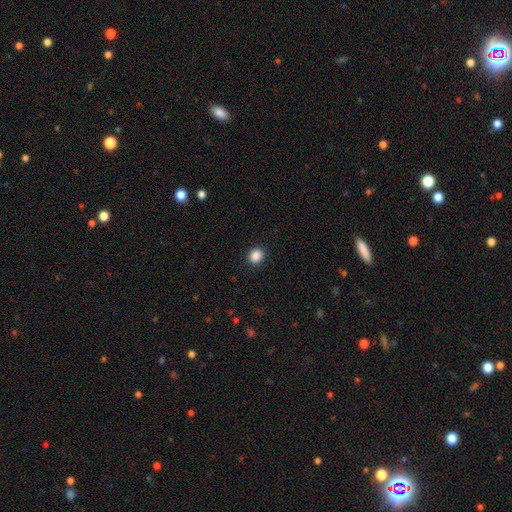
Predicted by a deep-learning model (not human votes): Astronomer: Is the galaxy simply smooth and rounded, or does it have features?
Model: smooth — 88%.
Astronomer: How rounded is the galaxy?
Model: round — 70%.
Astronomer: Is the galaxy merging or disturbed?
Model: none — 91%.